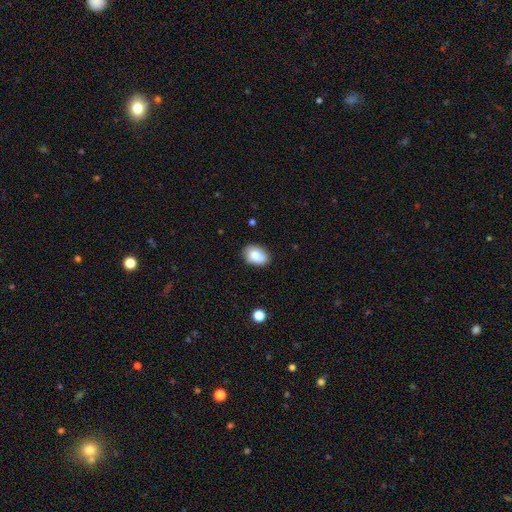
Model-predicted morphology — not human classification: Smooth or featured: smooth — 83% (featured or disk — 10%)
How rounded: in between — 81% (round — 17%)
Merging: none — 77% (minor disturbance — 18%)